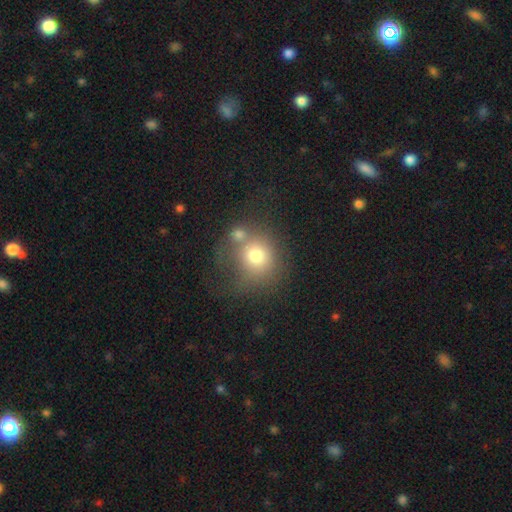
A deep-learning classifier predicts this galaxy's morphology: Smooth or featured? smooth (73%)
How rounded? round (83%)
Merging? none (42%)